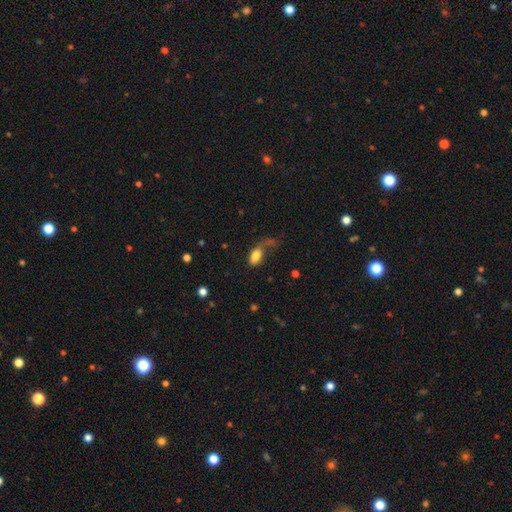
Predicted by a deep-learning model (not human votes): Overall: smooth (81%). How rounded: in between (91%). Merging: none (41%; major disturbance 26%).